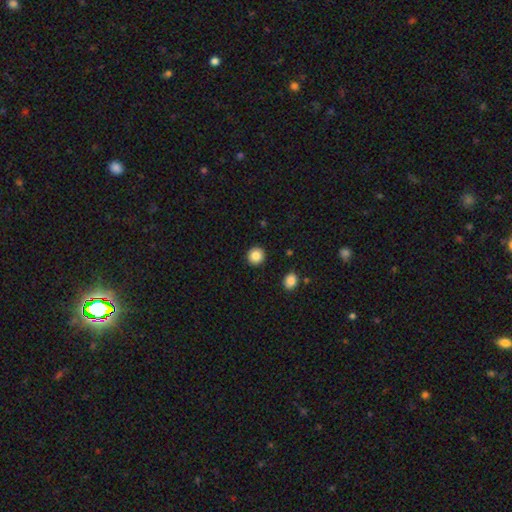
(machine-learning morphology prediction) Smooth or featured: smooth — 86% (star or artifact — 9%)
How rounded: round — 92% (in between — 7%)
Merging: none — 92% (minor disturbance — 5%)